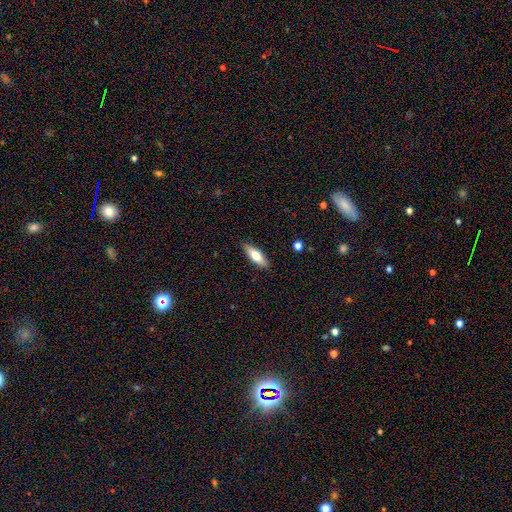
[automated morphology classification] Smooth or featured: smooth — 69% (featured or disk — 24%)
How rounded: in between — 55% (cigar-shaped — 43%)
Merging: none — 87% (minor disturbance — 10%)